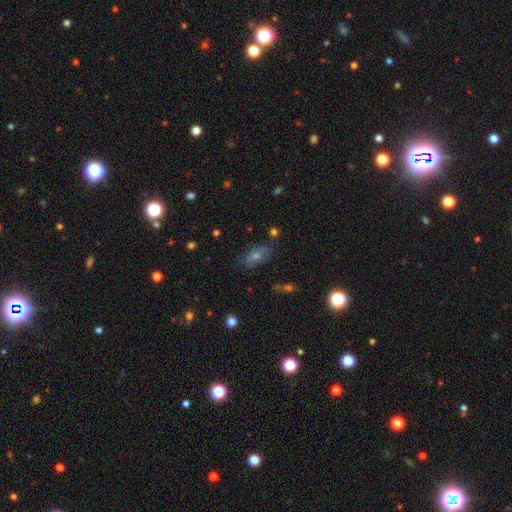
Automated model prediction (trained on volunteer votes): Smooth or featured: smooth — 47% (star or artifact — 27%)
Merging: none — 79% (minor disturbance — 14%)